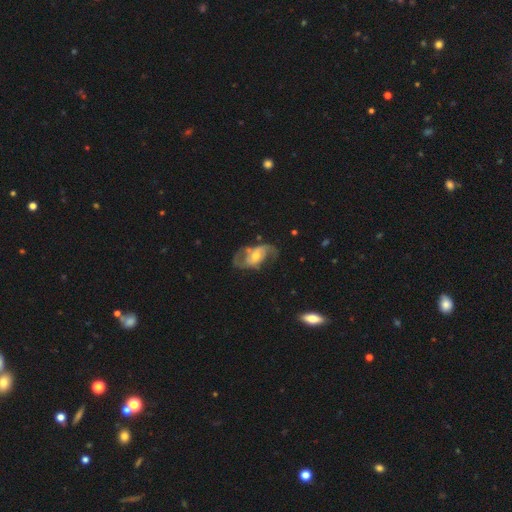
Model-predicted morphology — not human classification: featured or disk 79%, smooth 15%, star or artifact 6%. Down the decision tree: edge-on disk — no (96%); bar — no (48%); spiral arms — yes (86%); spiral arm count — 2 (78%); spiral winding — medium (43%); bulge size — moderate (60%); merging — none (54%).